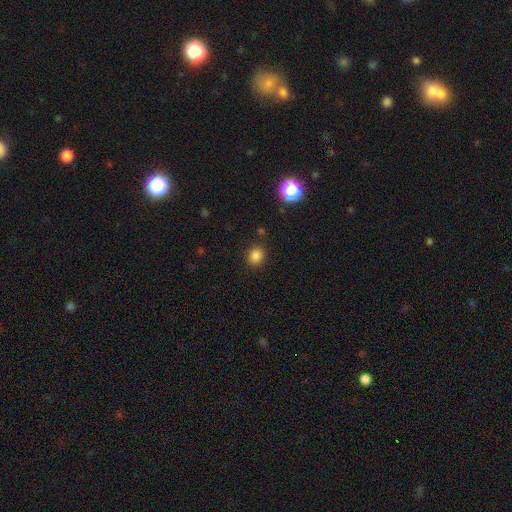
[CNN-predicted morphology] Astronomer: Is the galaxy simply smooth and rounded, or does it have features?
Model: smooth — 83%.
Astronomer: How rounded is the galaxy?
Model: round — 78%.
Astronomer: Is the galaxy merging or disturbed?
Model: none — 87%.